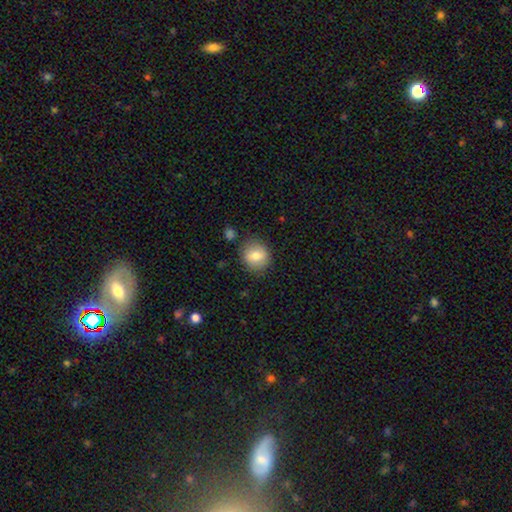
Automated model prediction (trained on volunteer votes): A smooth galaxy with no disk features (78%) that is round (75%). Merging: none (83%).